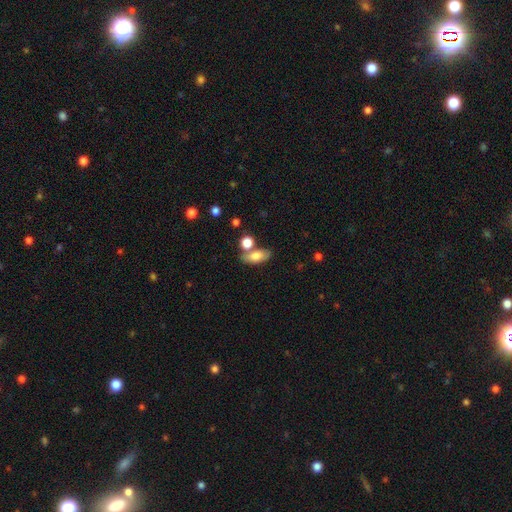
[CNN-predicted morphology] Smooth or featured? Predicted: smooth (p=0.75). How rounded? Predicted: in between (p=0.79). Merging? Predicted: none (p=0.58).